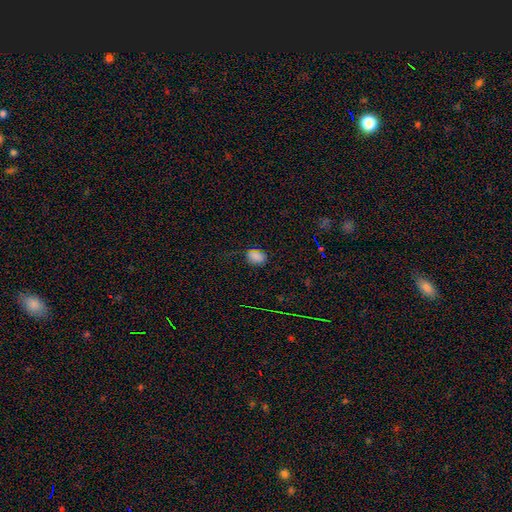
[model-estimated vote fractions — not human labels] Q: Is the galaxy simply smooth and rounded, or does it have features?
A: smooth — 78%.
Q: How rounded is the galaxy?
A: in between — 71%.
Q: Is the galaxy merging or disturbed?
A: none — 74%.